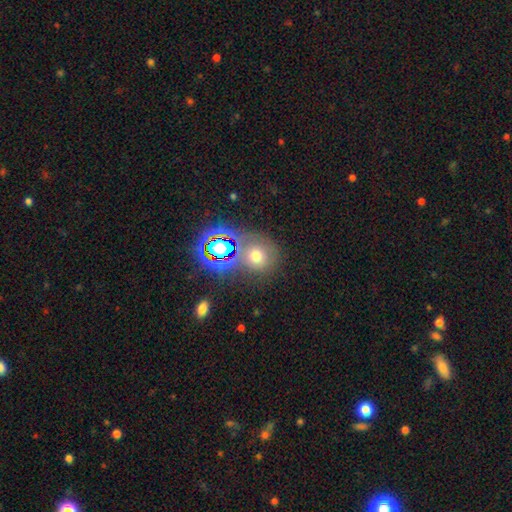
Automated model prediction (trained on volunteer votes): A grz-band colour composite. It shows a smooth galaxy with no disk features (59%) that is round (82%). Merging: none (69%).